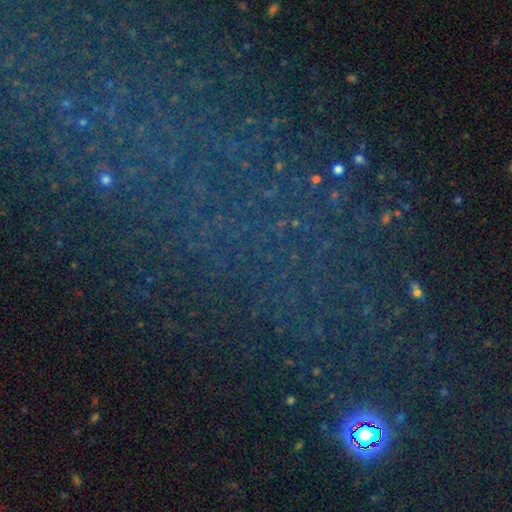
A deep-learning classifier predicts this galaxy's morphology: A star or artifact, not a galaxy (75%).

Vote fractions:
- Smooth or featured? star or artifact: 75% / smooth: 14% / featured or disk: 11%